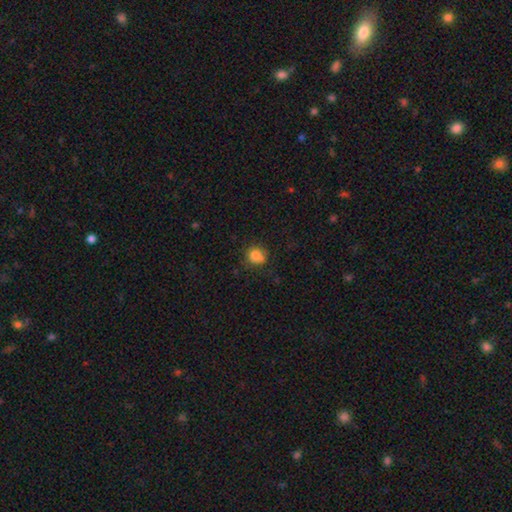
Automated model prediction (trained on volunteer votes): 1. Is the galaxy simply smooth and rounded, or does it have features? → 83% smooth, 11% star or artifact, 6% featured or disk.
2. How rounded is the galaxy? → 80% round, 19% in between, 1% cigar-shaped.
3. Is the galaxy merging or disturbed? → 72% none, 20% minor disturbance, 5% major disturbance, 2% merger.